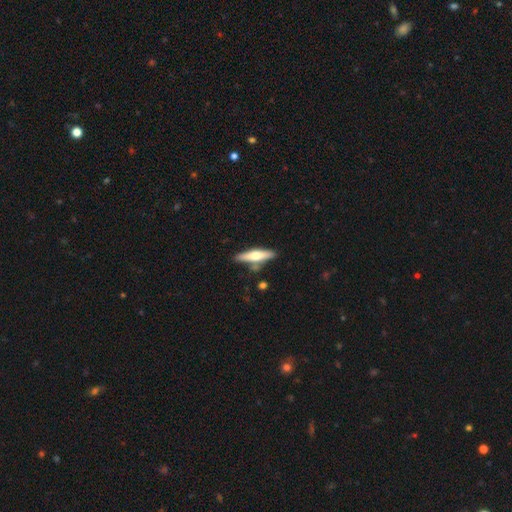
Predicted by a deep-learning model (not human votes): Smooth or featured: smooth — 53% (featured or disk — 42%)
How rounded: cigar-shaped — 78% (in between — 20%)
Merging: none — 77% (minor disturbance — 13%)